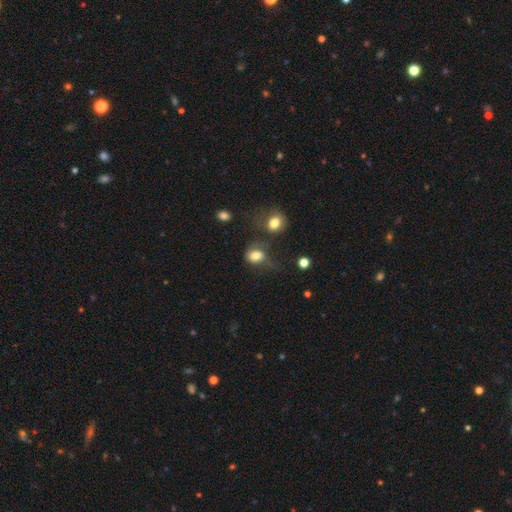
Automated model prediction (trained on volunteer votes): Smooth or featured? smooth (76%)
How rounded? in between (56%)
Merging? none (30%, tied with major disturbance)